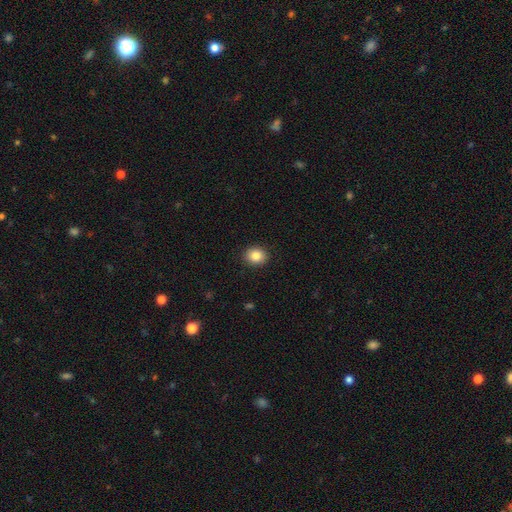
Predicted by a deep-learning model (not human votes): Smooth or featured: smooth — 85% (star or artifact — 9%)
How rounded: round — 70% (in between — 29%)
Merging: none — 91% (minor disturbance — 7%)